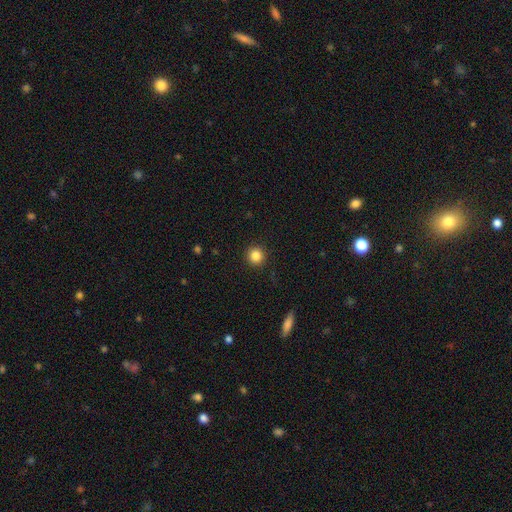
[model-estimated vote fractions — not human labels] Smooth or featured?
  - smooth: 85% *
  - star or artifact: 11%
  - featured or disk: 5%
How rounded?
  - round: 95% *
  - in between: 4%
  - cigar-shaped: 1%
Merging?
  - none: 92% *
  - minor disturbance: 5%
  - major disturbance: 2%
  - merger: 1%